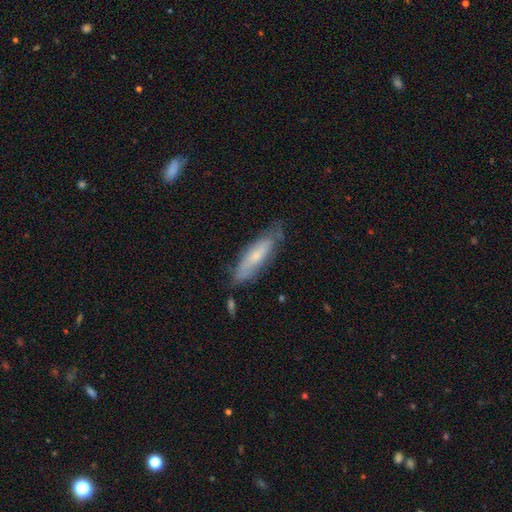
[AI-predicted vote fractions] Q: Smooth or featured?
A: smooth (51%); runner-up: featured or disk (43%)
Q: How rounded?
A: cigar-shaped (65%); runner-up: in between (34%)
Q: Merging?
A: none (67%); runner-up: minor disturbance (24%)